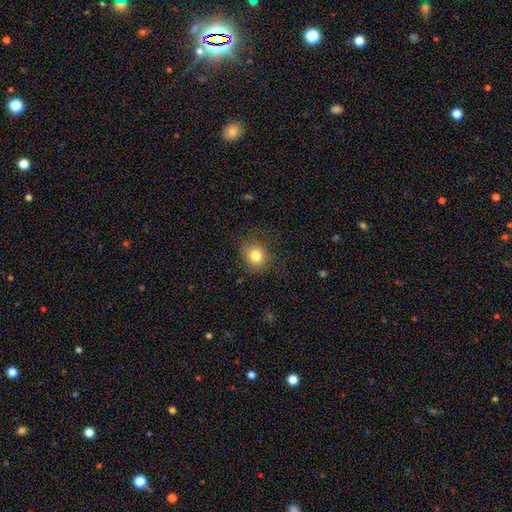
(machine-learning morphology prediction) smooth_or_featured: smooth (p=0.81) [alt: star or artifact p=0.12]
how_rounded: round (p=0.77) [alt: in between p=0.22]
merging: none (p=0.84) [alt: minor disturbance p=0.11]